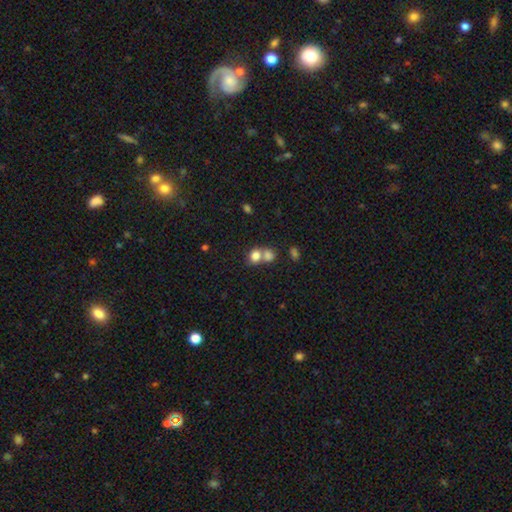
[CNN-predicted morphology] Q: Smooth or featured?
A: smooth (78%); runner-up: star or artifact (11%)
Q: How rounded?
A: round (61%); runner-up: in between (38%)
Q: Merging?
A: merger (55%); runner-up: none (34%)